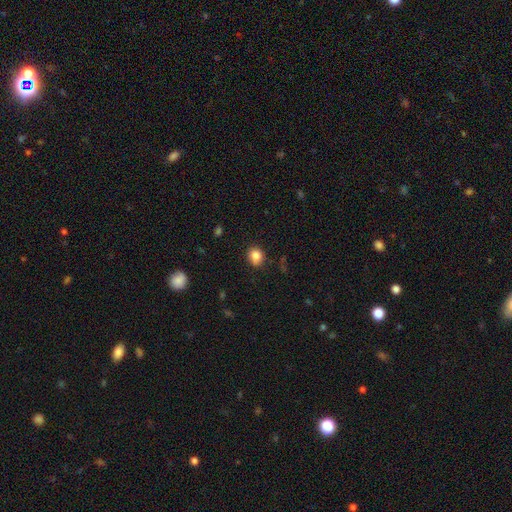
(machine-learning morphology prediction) A smooth galaxy with no disk features (84%) that is round (64%). Merging: none (83%).